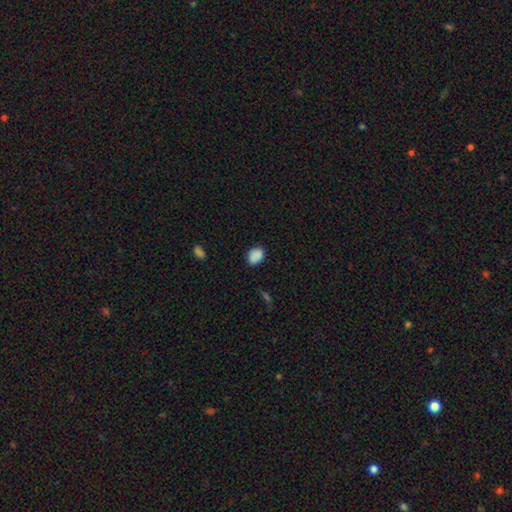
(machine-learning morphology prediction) smooth_or_featured: smooth (p=0.87) [alt: star or artifact p=0.09]
how_rounded: in between (p=0.74) [alt: round p=0.25]
merging: none (p=0.80) [alt: minor disturbance p=0.15]